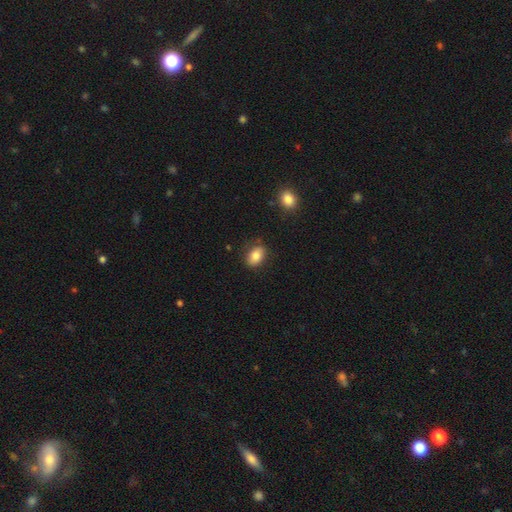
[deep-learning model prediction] smooth-or-featured: smooth: 83% | featured or disk: 9% | star or artifact: 8%
  how-rounded: in between: 83% | round: 15% | cigar-shaped: 2%
  merging: none: 82% | minor disturbance: 13% | major disturbance: 3% | merger: 2%